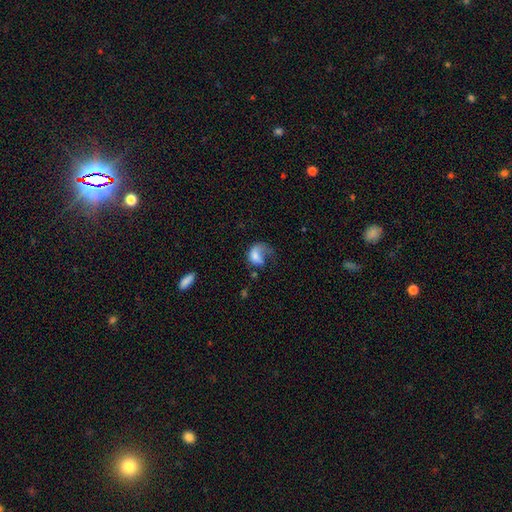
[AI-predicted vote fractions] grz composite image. It shows a smooth galaxy with no disk features (58%) that is in between round and cigar-shaped (68%). Merging: major disturbance (56%).